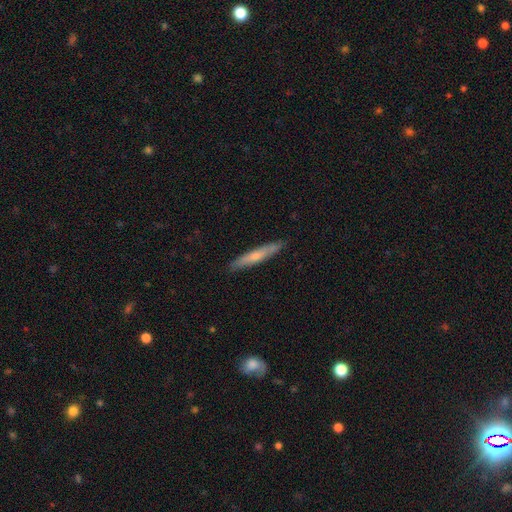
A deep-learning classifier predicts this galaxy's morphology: A smooth galaxy with no disk features (57%) that is cigar-shaped (94%). Merging: none (89%).